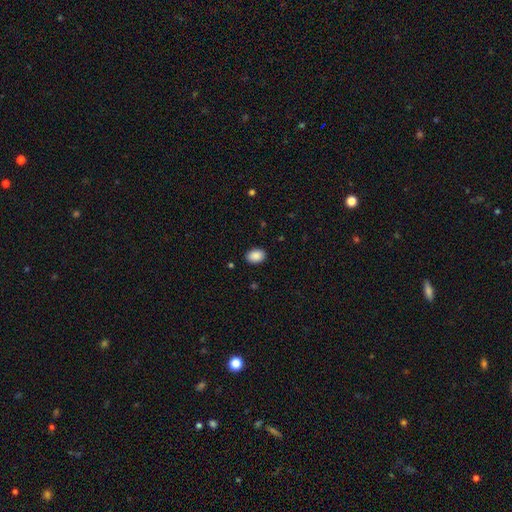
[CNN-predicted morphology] This appears to be a smooth galaxy with no disk features (89%) that is in between round and cigar-shaped (77%). Merging: none (89%).